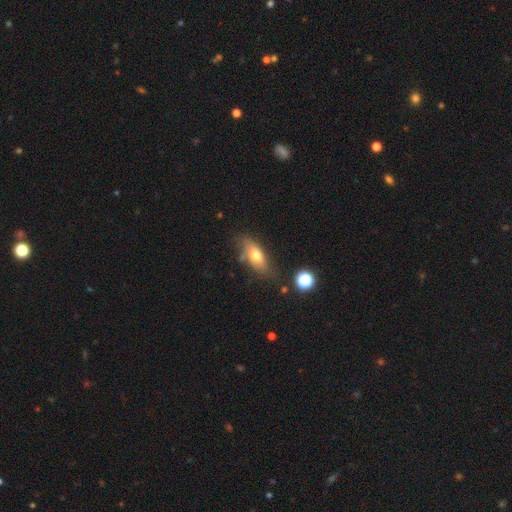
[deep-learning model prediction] Smooth or featured?
  - smooth: 66% *
  - featured or disk: 24%
  - star or artifact: 9%
How rounded?
  - in between: 78% *
  - cigar-shaped: 16%
  - round: 6%
Merging?
  - none: 62% *
  - minor disturbance: 24%
  - major disturbance: 8%
  - merger: 5%